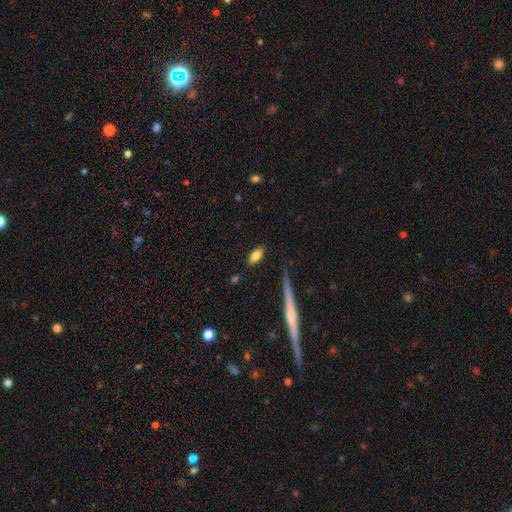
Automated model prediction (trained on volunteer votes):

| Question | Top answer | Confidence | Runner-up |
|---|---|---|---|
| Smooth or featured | smooth | 80% | featured or disk (12%) |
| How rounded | in between | 86% | cigar-shaped (10%) |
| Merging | none | 86% | minor disturbance (10%) |